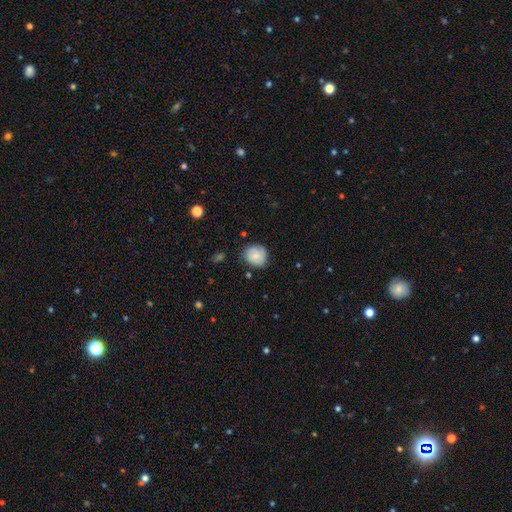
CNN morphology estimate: Q: Smooth or featured?
A: smooth (81%); runner-up: featured or disk (11%)
Q: How rounded?
A: round (80%); runner-up: in between (19%)
Q: Merging?
A: none (77%); runner-up: minor disturbance (18%)